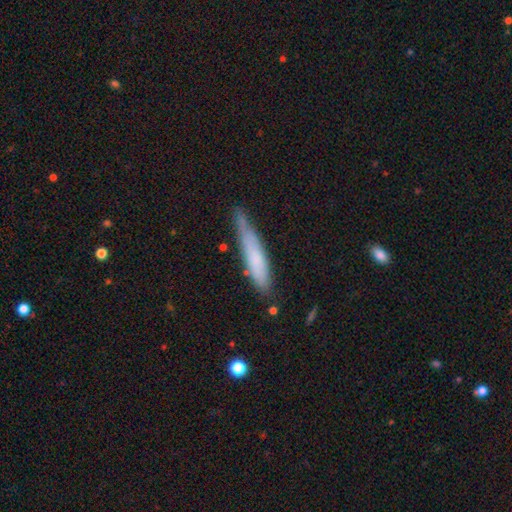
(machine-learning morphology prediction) This is likely a smooth galaxy (62%). How rounded: clearly cigar-shaped (90%). Merging: likely none (69%).